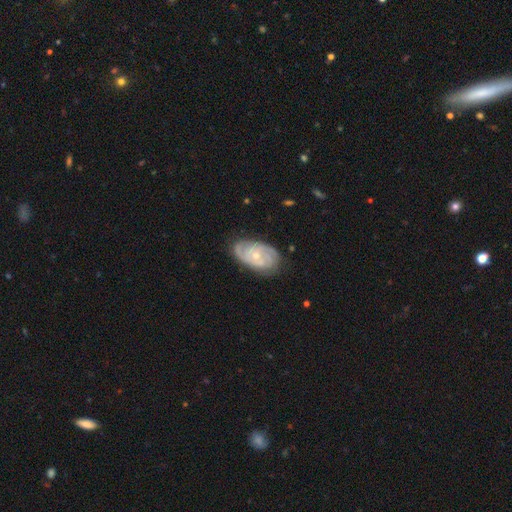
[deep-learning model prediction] A featured or disk galaxy (81%) with no bar (74%), 2 (33%) tight (66%) spiral arms (94%) and a small central bulge (64%). Merging: none (75%).